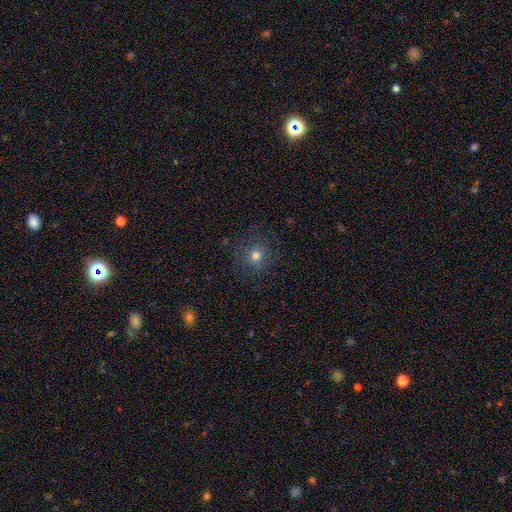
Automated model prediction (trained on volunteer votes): Smooth or featured: smooth — 72% (star or artifact — 16%)
How rounded: round — 91% (in between — 8%)
Merging: none — 83% (minor disturbance — 10%)